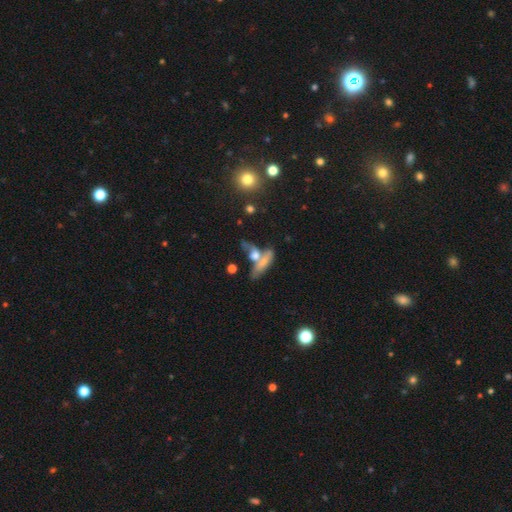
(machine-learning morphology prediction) Smooth or featured? smooth (56%)
How rounded? in between (45%)
Merging? merger (45%)